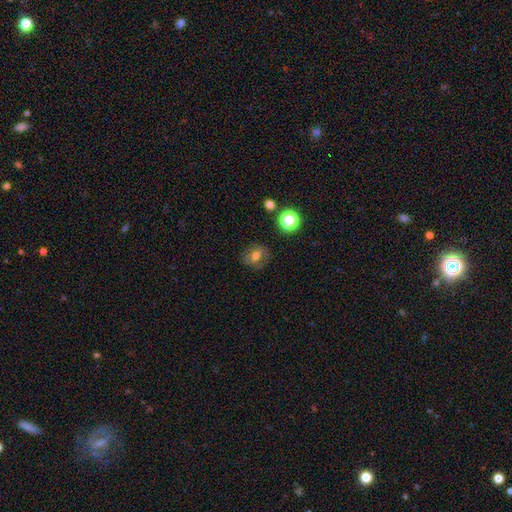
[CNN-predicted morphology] Q: Smooth or featured?
A: smooth (62%); runner-up: featured or disk (24%)
Q: How rounded?
A: round (56%); runner-up: in between (42%)
Q: Merging?
A: none (75%); runner-up: minor disturbance (16%)